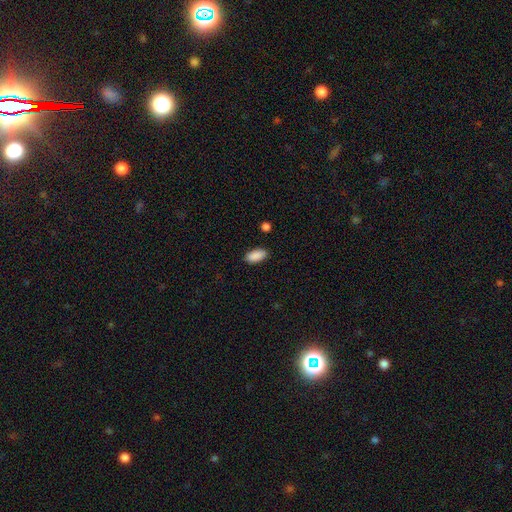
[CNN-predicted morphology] A smooth galaxy with no disk features (90%) that is in between round and cigar-shaped (92%).

Vote fractions:
- Smooth or featured? smooth: 90% / star or artifact: 7% / featured or disk: 3%
- How rounded? in between: 92% / cigar-shaped: 5% / round: 2%
- Merging? none: 88% / minor disturbance: 9% / major disturbance: 2% / merger: 2%